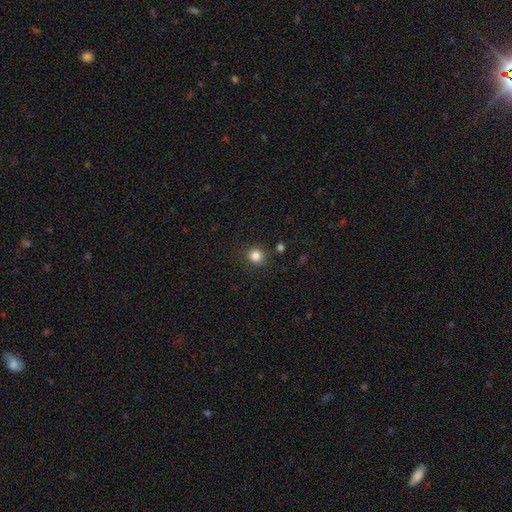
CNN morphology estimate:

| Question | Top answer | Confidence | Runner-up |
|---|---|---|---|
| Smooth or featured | smooth | 84% | star or artifact (12%) |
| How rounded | round | 91% | in between (8%) |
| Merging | none | 87% | minor disturbance (7%) |